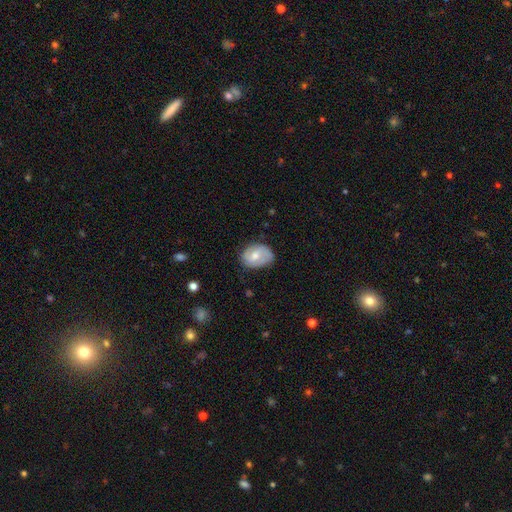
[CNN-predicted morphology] A smooth galaxy with no disk features (48%).

Vote fractions:
- Smooth or featured? smooth: 48% / featured or disk: 45% / star or artifact: 7%
- Merging? none: 66% / minor disturbance: 27% / major disturbance: 6% / merger: 1%